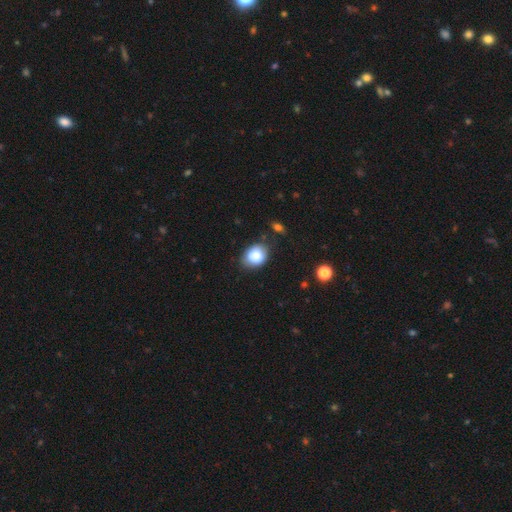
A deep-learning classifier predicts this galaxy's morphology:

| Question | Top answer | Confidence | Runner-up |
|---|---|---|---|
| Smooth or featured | smooth | 83% | featured or disk (9%) |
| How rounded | in between | 57% | round (42%) |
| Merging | none | 72% | minor disturbance (20%) |